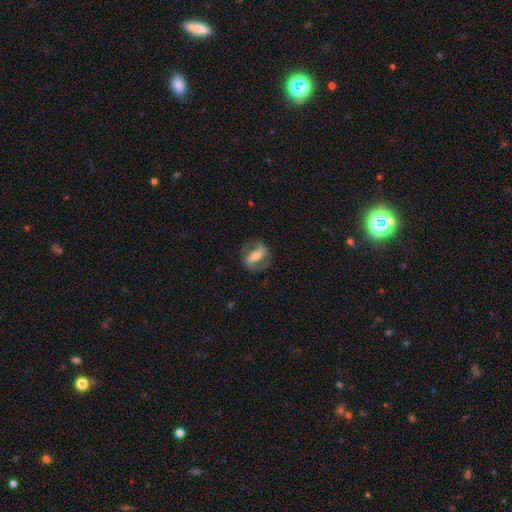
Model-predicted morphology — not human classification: Smooth or featured: featured or disk — 78% (smooth — 16%)
Edge-on disk: no — 94% (yes — 6%)
Bar: strong — 58% (weak — 27%)
Spiral arms: yes — 88% (no — 12%)
Spiral winding: medium — 47% (loose — 31%)
Spiral arm count: 2 — 88% (can't tell — 5%)
Bulge size: moderate — 54% (small — 36%)
Merging: none — 78% (minor disturbance — 14%)